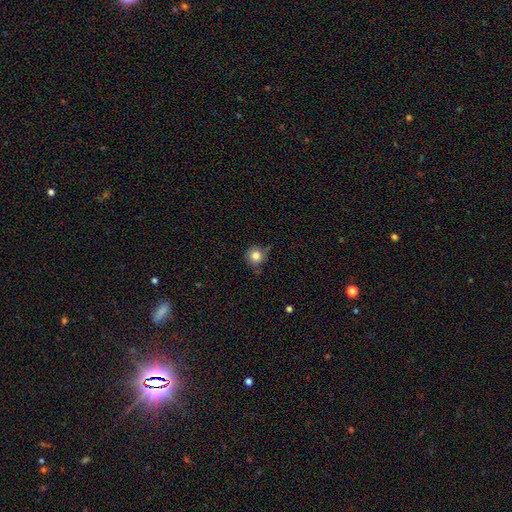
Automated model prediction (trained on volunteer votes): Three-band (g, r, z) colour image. It shows a smooth galaxy with no disk features (82%) that is round (91%). Merging: none (64%).